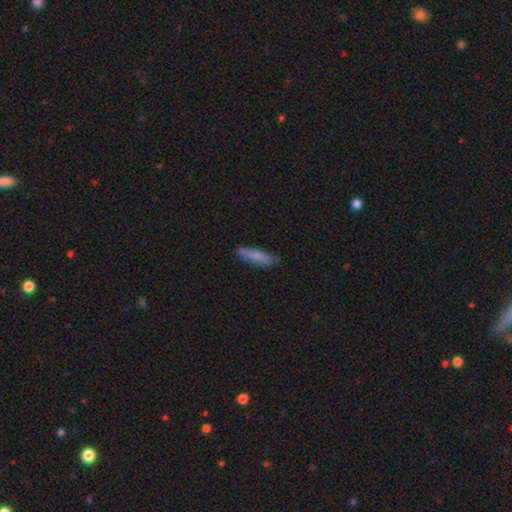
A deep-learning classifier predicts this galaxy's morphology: Smooth or featured: smooth — 77% (featured or disk — 16%)
How rounded: cigar-shaped — 81% (in between — 18%)
Merging: none — 81% (minor disturbance — 15%)